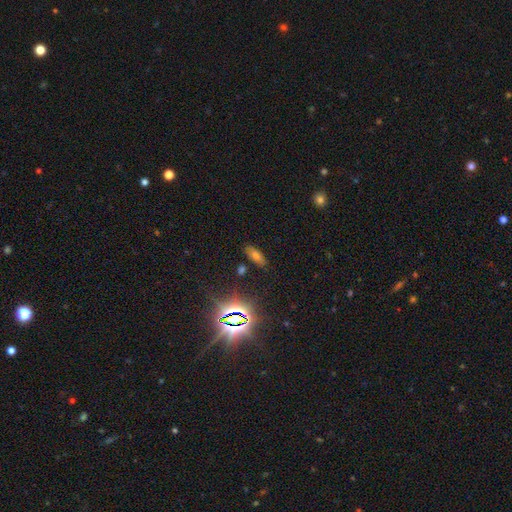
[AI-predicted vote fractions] smooth 46%, star or artifact 37%, featured or disk 17%. Down the decision tree: merging — none (83%).